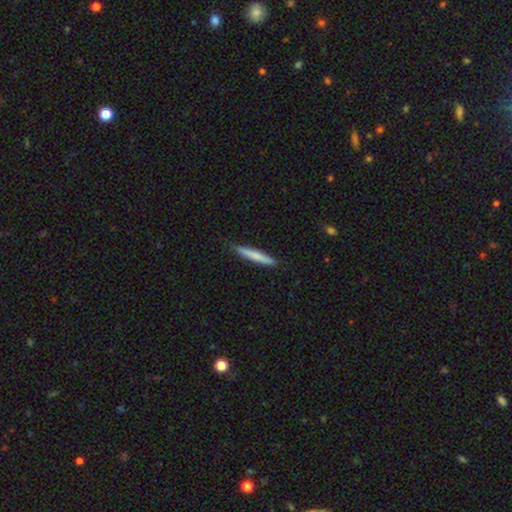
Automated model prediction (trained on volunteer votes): This is likely a smooth galaxy (71%). How rounded: clearly cigar-shaped (94%). Merging: clearly none (87%).